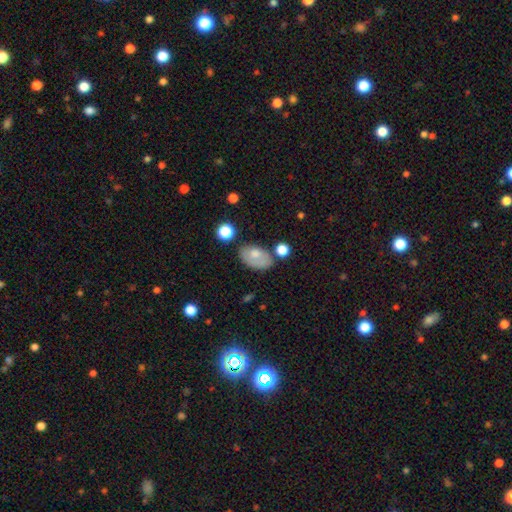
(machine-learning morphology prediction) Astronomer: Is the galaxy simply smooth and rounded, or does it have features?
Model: smooth — 69%.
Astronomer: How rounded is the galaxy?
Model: in between — 90%.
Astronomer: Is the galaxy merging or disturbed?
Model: none — 57%.